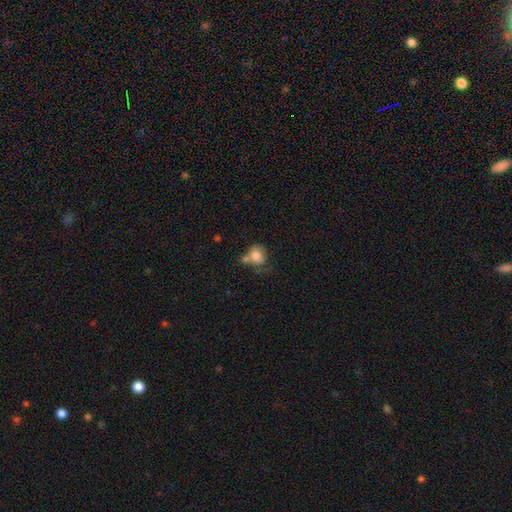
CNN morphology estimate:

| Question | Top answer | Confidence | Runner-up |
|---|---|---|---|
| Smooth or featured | smooth | 74% | featured or disk (17%) |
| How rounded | round | 60% | in between (39%) |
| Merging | merger | 33% | tied: none (33%) |